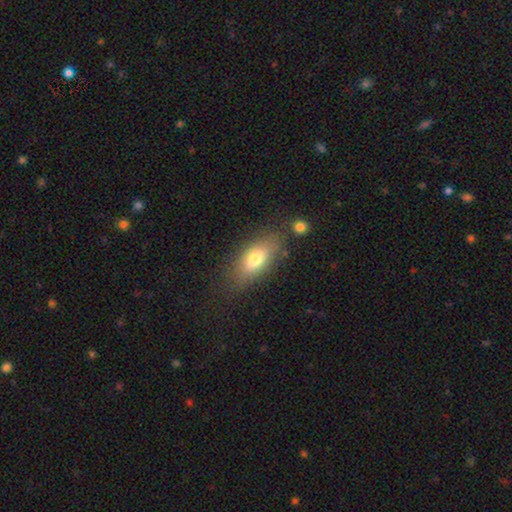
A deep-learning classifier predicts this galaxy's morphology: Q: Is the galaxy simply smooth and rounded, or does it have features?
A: smooth — 70%.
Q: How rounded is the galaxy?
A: in between — 78%.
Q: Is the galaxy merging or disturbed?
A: none — 76%.